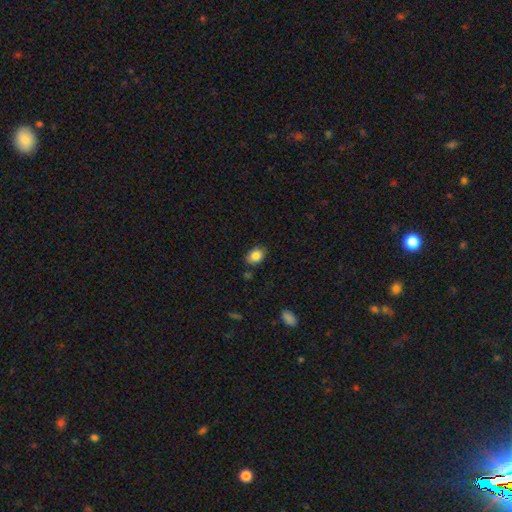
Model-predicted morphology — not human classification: Smooth or featured? Predicted: smooth (p=0.84). How rounded? Predicted: in between (p=0.77). Merging? Predicted: none (p=0.82).